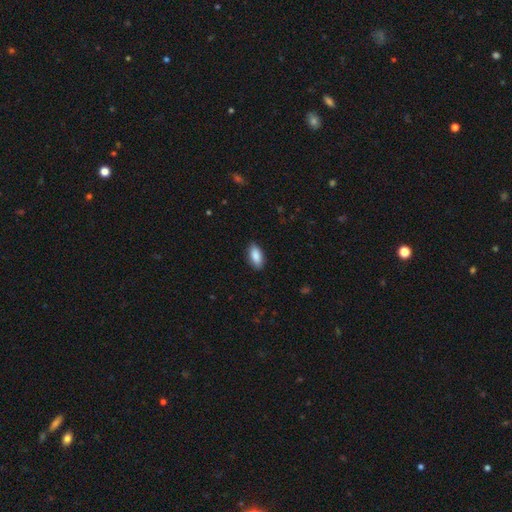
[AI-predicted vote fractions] Smooth or featured? smooth (88%)
How rounded? in between (91%)
Merging? none (87%)